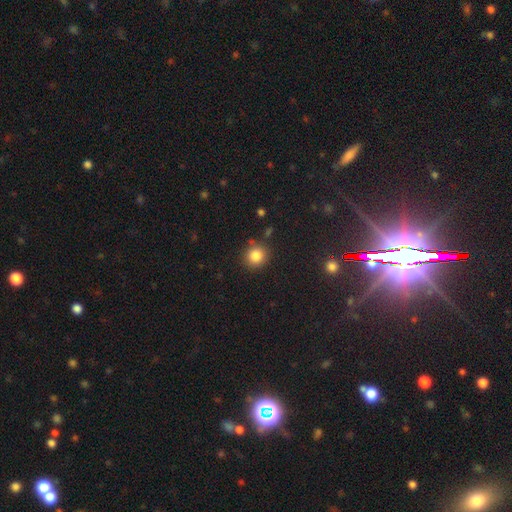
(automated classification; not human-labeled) smooth 84%, star or artifact 11%, featured or disk 5%. Down the decision tree: how rounded — round (89%); merging — none (85%).